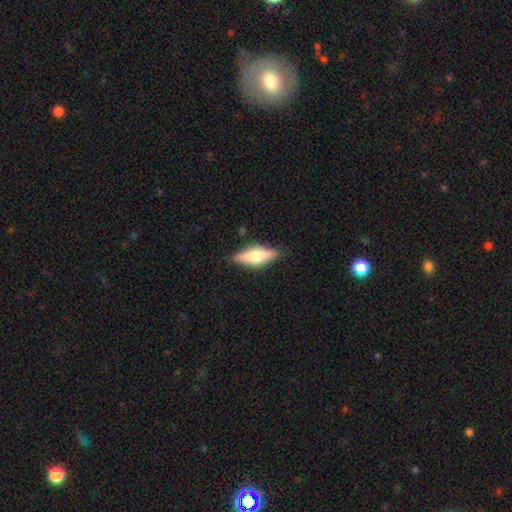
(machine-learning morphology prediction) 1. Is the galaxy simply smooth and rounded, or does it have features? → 53% smooth, 40% featured or disk, 6% star or artifact.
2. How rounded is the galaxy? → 55% in between, 42% cigar-shaped, 3% round.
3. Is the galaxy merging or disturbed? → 85% none, 12% minor disturbance, 2% major disturbance, 1% merger.